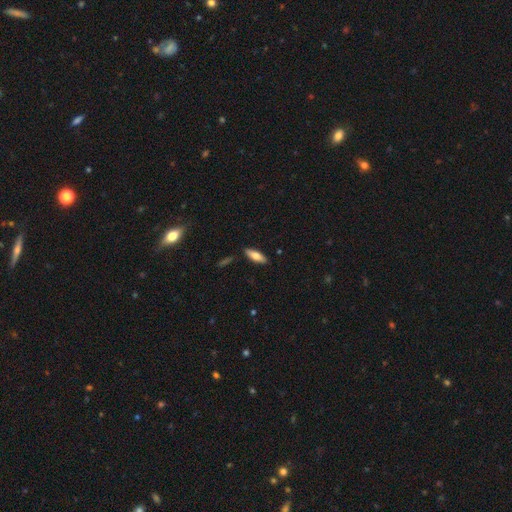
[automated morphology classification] Smooth or featured? smooth (67%)
How rounded? in between (61%)
Merging? none (87%)